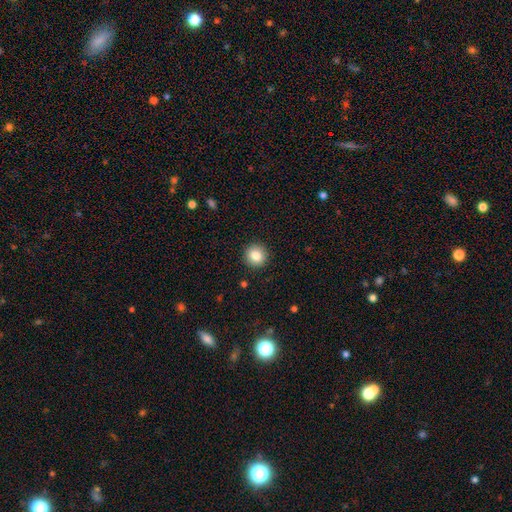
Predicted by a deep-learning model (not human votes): smooth-or-featured: smooth: 83% | star or artifact: 9% | featured or disk: 7%
  how-rounded: round: 95% | in between: 5% | cigar-shaped: 1%
  merging: none: 92% | minor disturbance: 5% | major disturbance: 2% | merger: 1%